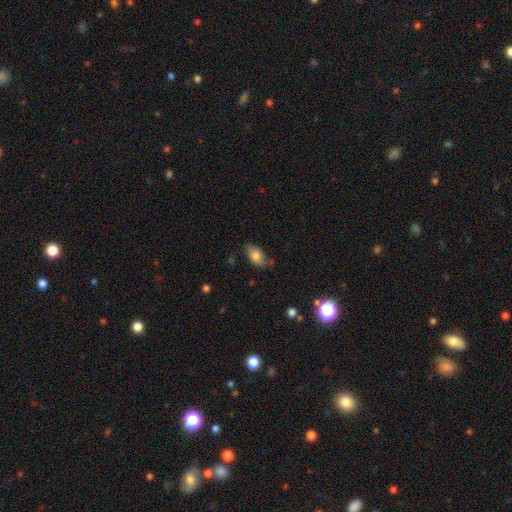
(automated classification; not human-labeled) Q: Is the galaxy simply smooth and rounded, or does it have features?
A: smooth — 78%.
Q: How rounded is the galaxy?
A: in between — 90%.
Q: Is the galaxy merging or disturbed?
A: none — 67%.